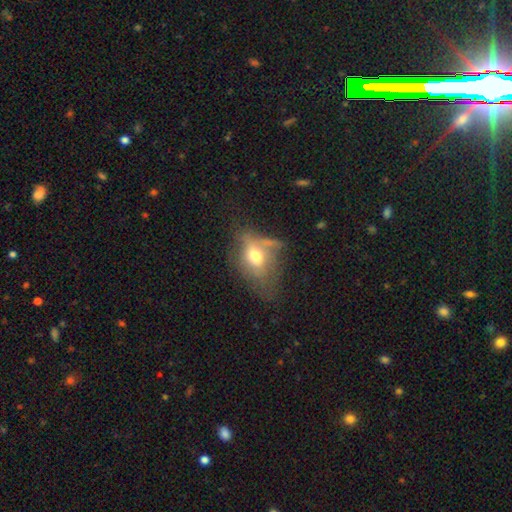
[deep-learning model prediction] Smooth or featured?
  - smooth: 58% *
  - featured or disk: 30%
  - star or artifact: 11%
How rounded?
  - in between: 69% *
  - round: 28%
  - cigar-shaped: 3%
Merging?
  - major disturbance: 35% *
  - none: 32%
  - minor disturbance: 26%
  - merger: 7%